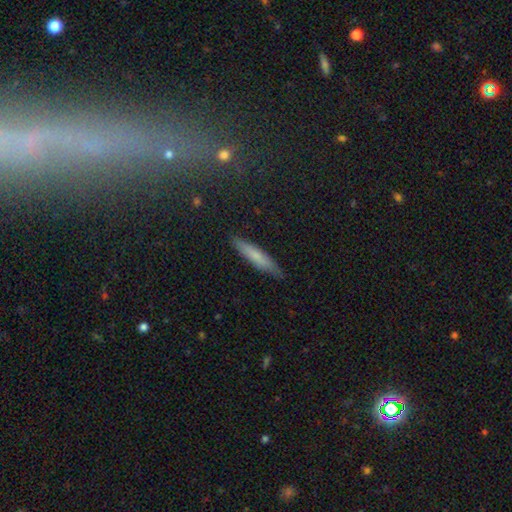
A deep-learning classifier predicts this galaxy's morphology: smooth-or-featured: smooth: 71% | featured or disk: 23% | star or artifact: 7%
  how-rounded: cigar-shaped: 88% | in between: 10% | round: 2%
  merging: none: 85% | minor disturbance: 12% | major disturbance: 2% | merger: 1%